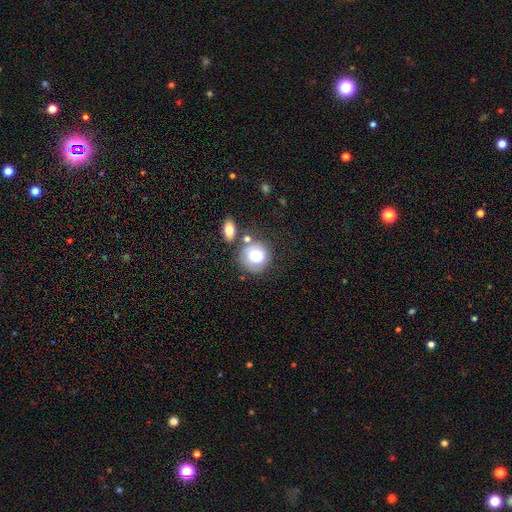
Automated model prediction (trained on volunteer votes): Smooth or featured: smooth — 72% (featured or disk — 20%)
How rounded: round — 87% (in between — 12%)
Merging: none — 60% (merger — 19%)